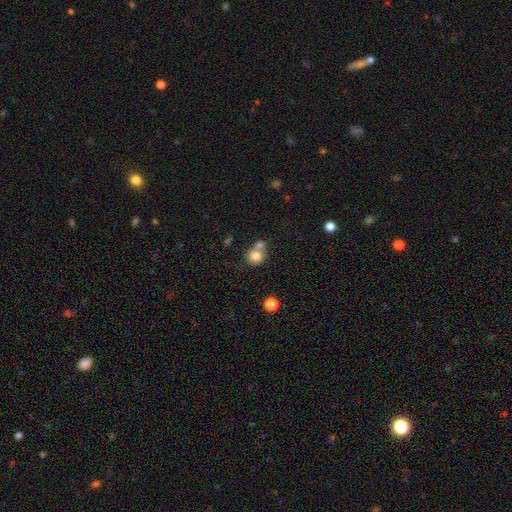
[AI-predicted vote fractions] Smooth or featured: smooth — 80% (star or artifact — 11%)
How rounded: round — 82% (in between — 17%)
Merging: none — 44% (merger — 43%)